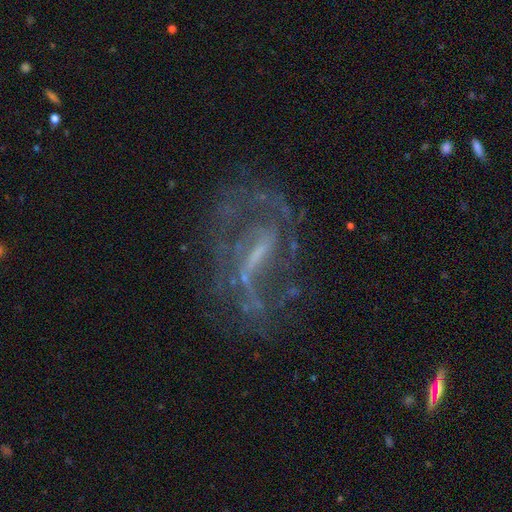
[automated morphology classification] smooth_or_featured: featured or disk (p=0.79) [alt: star or artifact p=0.12]
disk_edge_on: no (p=0.92) [alt: yes p=0.08]
bar: strong (p=0.42) [alt: weak p=0.40]
has_spiral_arms: yes (p=0.74) [alt: no p=0.26]
spiral_winding: medium (p=0.40) [alt: loose p=0.38]
spiral_arm_count: 2 (p=0.51) [alt: can't tell p=0.29]
bulge_size: small (p=0.43) [alt: none p=0.35]
merging: none (p=0.55) [alt: major disturbance p=0.24]